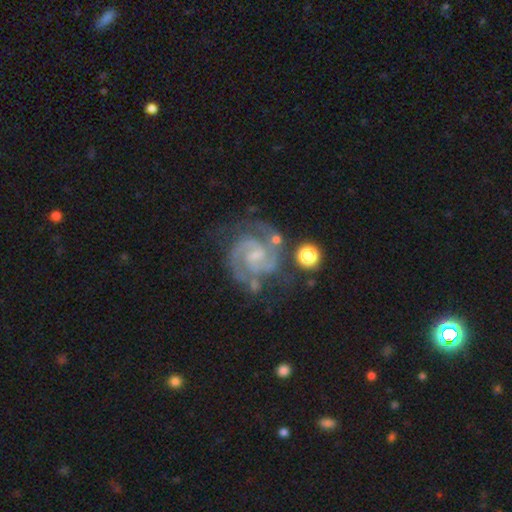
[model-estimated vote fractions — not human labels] smooth_or_featured: featured or disk (p=0.91) [alt: star or artifact p=0.05]
disk_edge_on: no (p=0.98) [alt: yes p=0.02]
bar: weak (p=0.52) [alt: no p=0.34]
has_spiral_arms: yes (p=0.98) [alt: no p=0.02]
spiral_winding: tight (p=0.51) [alt: medium p=0.43]
spiral_arm_count: 2 (p=0.85) [alt: 3 p=0.07]
bulge_size: small (p=0.63) [alt: moderate p=0.18]
merging: none (p=0.66) [alt: minor disturbance p=0.19]